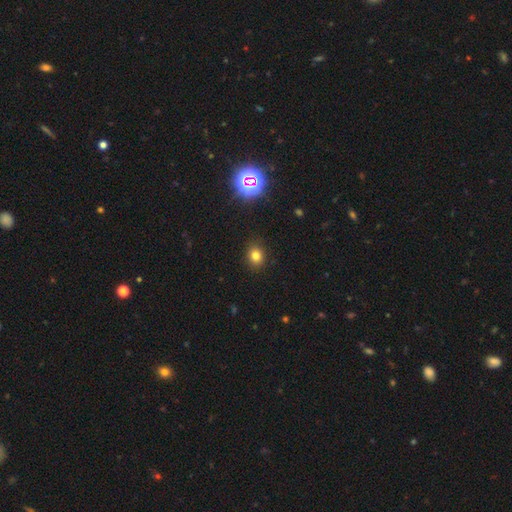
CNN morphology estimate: This is likely a smooth galaxy (77%). How rounded: likely round (70%). Merging: clearly none (89%).